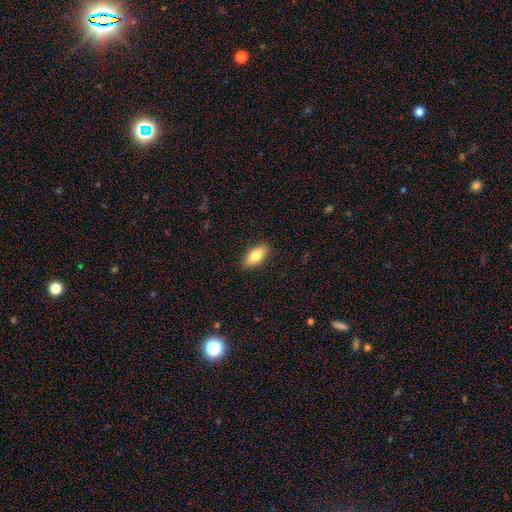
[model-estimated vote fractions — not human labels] The model was most divided on "smooth or featured": smooth: 78%, featured or disk: 15%, star or artifact: 7%. More confident: merging — none (88%); how rounded — in between (86%).